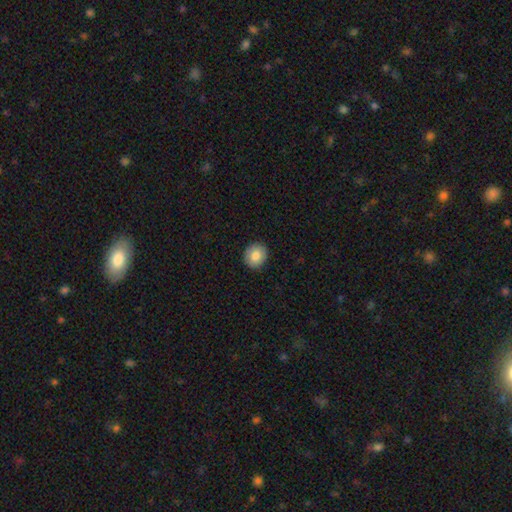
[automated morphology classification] Q: Smooth or featured?
A: smooth (82%); runner-up: featured or disk (10%)
Q: How rounded?
A: round (78%); runner-up: in between (21%)
Q: Merging?
A: none (91%); runner-up: minor disturbance (6%)